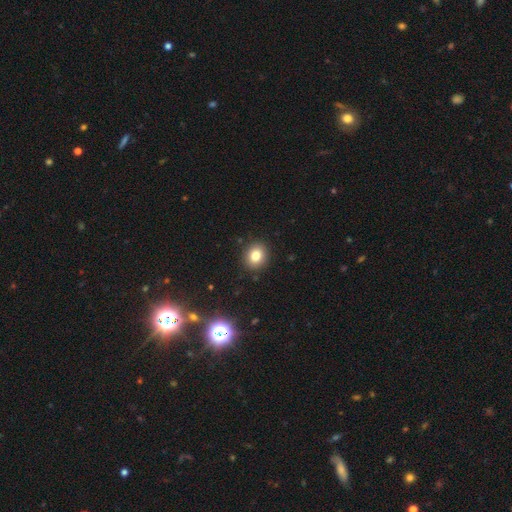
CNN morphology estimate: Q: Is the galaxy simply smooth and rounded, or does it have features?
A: smooth — 81%.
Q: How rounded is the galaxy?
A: round — 69%.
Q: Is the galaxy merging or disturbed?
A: none — 90%.